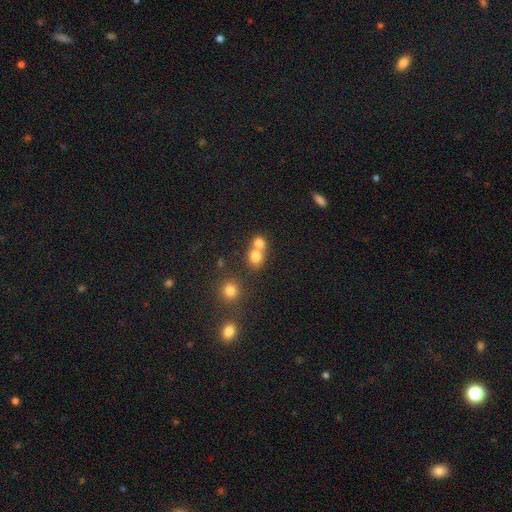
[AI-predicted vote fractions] Q: Smooth or featured?
A: smooth (76%); runner-up: star or artifact (13%)
Q: How rounded?
A: round (71%); runner-up: in between (28%)
Q: Merging?
A: merger (58%); runner-up: none (34%)